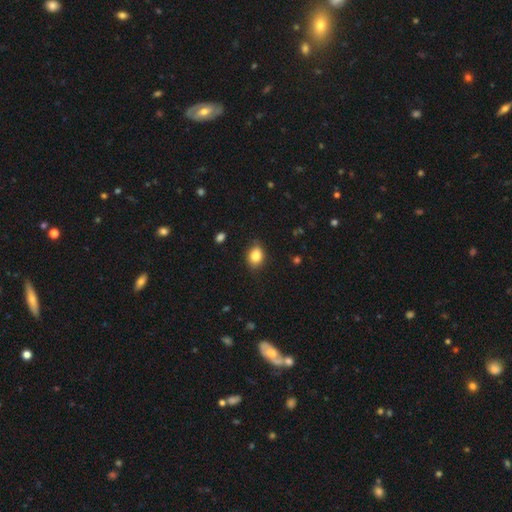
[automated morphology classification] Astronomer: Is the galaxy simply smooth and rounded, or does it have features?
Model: smooth — 86%.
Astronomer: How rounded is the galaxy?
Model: in between — 61% (runner-up: round, 38%).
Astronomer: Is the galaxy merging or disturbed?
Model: none — 79%.